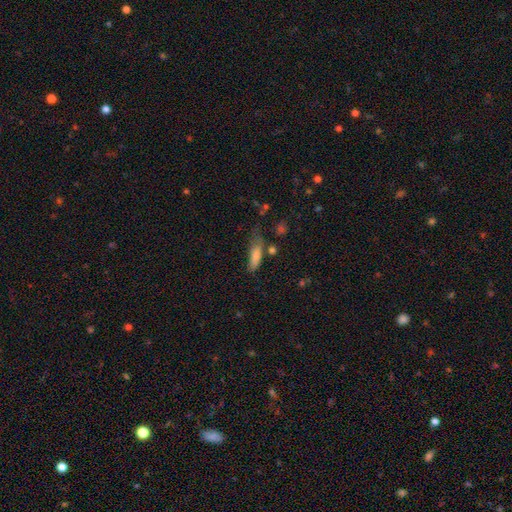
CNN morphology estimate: Smooth or featured? Predicted: smooth (p=0.80). How rounded? Predicted: cigar-shaped (p=0.50). Merging? Predicted: none (p=0.44).